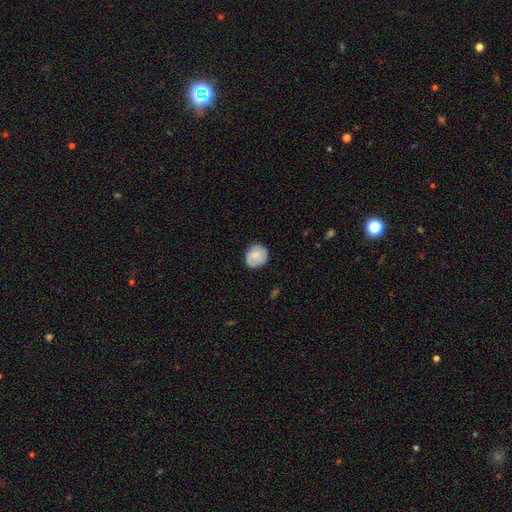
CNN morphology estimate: The model was most divided on "merging": none: 79%, minor disturbance: 16%, major disturbance: 3%, merger: 1%. More confident: how rounded — round (81%); smooth or featured — smooth (78%).